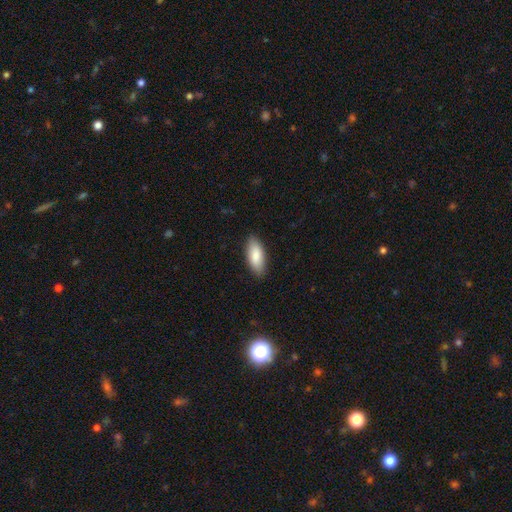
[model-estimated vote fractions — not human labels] smooth-or-featured: smooth: 85% | featured or disk: 9% | star or artifact: 6%
  how-rounded: in between: 83% | cigar-shaped: 15% | round: 2%
  merging: none: 87% | minor disturbance: 10% | major disturbance: 2% | merger: 1%